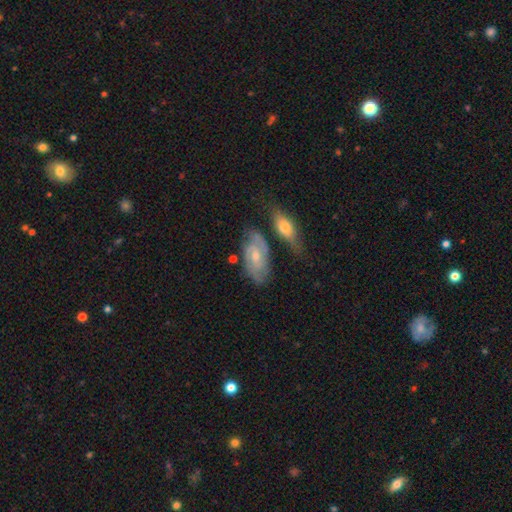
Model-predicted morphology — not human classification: A featured or disk galaxy (67%) with no bar (55%), 2 (55%) tight (51%) spiral arms (85%) and a small central bulge (54%). Merging: none (60%).